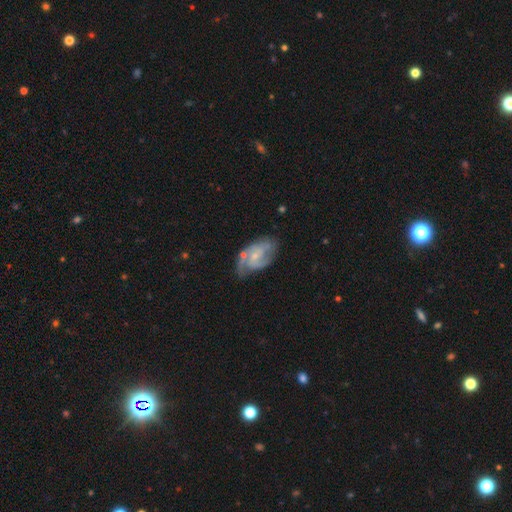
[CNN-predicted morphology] This appears to be a featured or disk galaxy (80%) with no bar (47%), 2 (61%) medium (49%) spiral arms (92%) and a small central bulge (65%). Merging: none (57%).